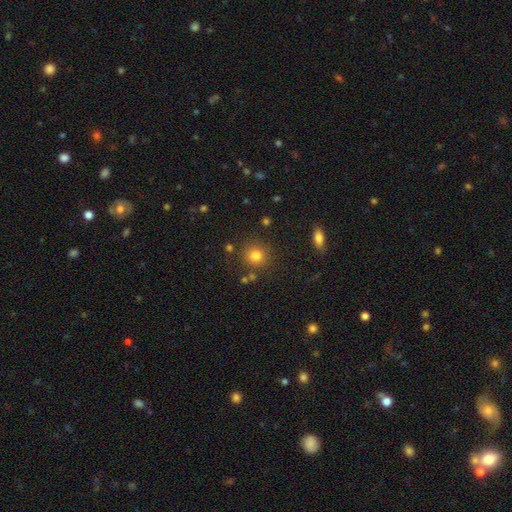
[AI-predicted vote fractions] smooth-or-featured: smooth: 80% | star or artifact: 13% | featured or disk: 6%
  how-rounded: round: 88% | in between: 11% | cigar-shaped: 1%
  merging: none: 82% | minor disturbance: 9% | merger: 5% | major disturbance: 4%